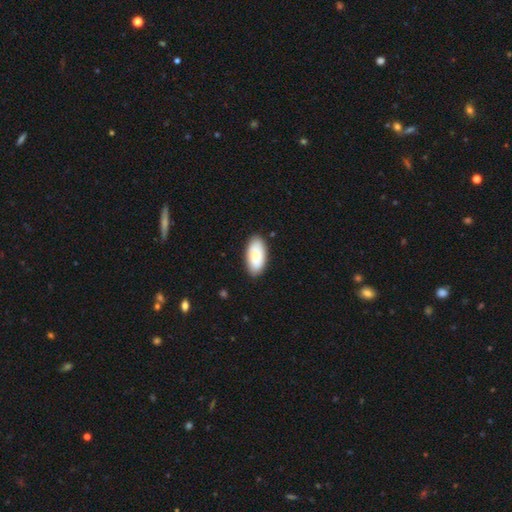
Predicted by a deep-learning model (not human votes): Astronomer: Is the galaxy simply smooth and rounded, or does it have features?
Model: smooth — 71%.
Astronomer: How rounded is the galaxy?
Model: in between — 94%.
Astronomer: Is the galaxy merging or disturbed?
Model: none — 87%.